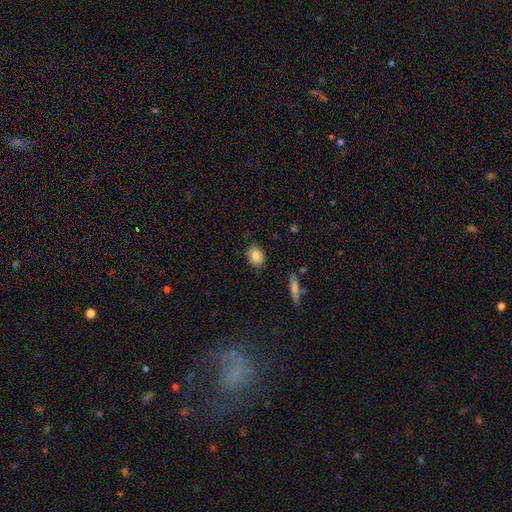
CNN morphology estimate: smooth_or_featured: smooth (p=0.84) [alt: star or artifact p=0.08]
how_rounded: in between (p=0.60) [alt: round p=0.38]
merging: none (p=0.84) [alt: minor disturbance p=0.12]